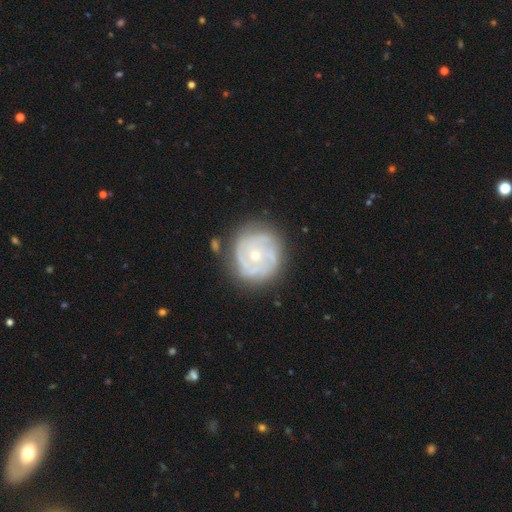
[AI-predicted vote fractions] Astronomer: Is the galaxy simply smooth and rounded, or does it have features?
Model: featured or disk — 76%.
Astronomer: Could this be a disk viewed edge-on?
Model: no — 98%.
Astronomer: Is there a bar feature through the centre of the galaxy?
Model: no — 80%.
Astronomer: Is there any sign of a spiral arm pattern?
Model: yes — 85%.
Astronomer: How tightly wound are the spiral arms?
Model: tight — 66%.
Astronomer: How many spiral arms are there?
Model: can't tell — 36% (runner-up: 3, 25%).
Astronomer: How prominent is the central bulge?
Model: small — 53% (runner-up: moderate, 43%).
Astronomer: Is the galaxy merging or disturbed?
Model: none — 73%.